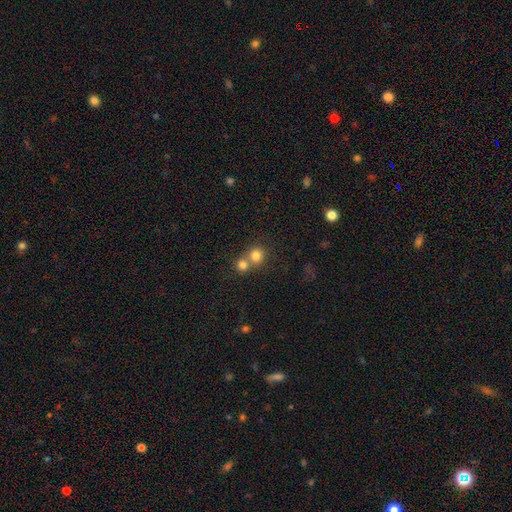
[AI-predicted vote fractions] Overall: smooth (80%). How rounded: round (86%). Merging: merger (49%; none 44%).